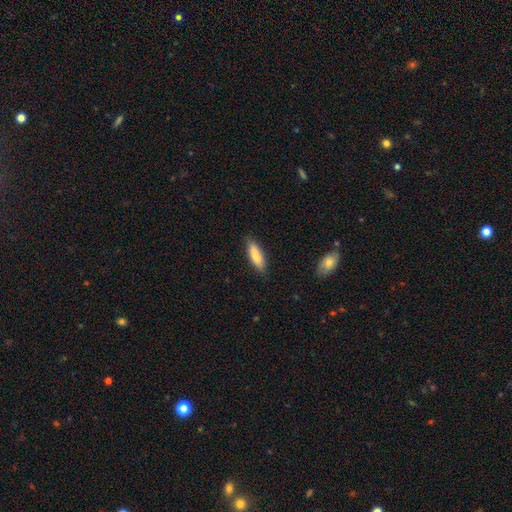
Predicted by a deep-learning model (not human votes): smooth_or_featured: smooth (p=0.82) [alt: featured or disk p=0.12]
how_rounded: cigar-shaped (p=0.52) [alt: in between p=0.46]
merging: none (p=0.85) [alt: minor disturbance p=0.12]